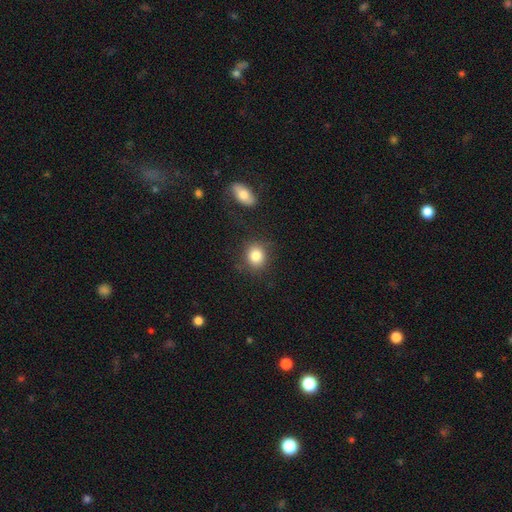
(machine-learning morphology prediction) This appears to be a smooth galaxy with no disk features (84%) that is round (75%). Merging: none (82%).